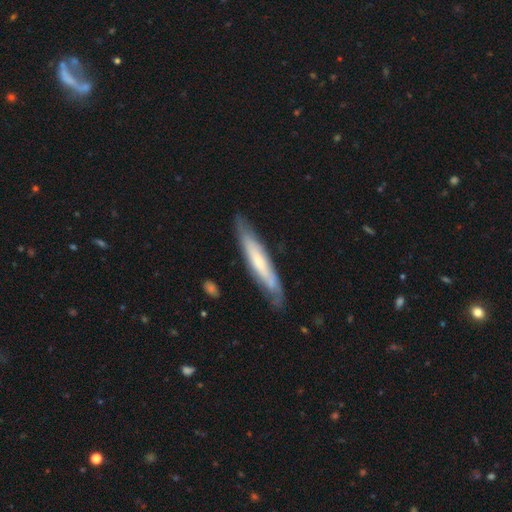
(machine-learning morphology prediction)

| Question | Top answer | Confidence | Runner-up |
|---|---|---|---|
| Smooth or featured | featured or disk | 54% | smooth (40%) |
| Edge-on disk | yes | 70% | no (30%) |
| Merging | none | 79% | minor disturbance (16%) |